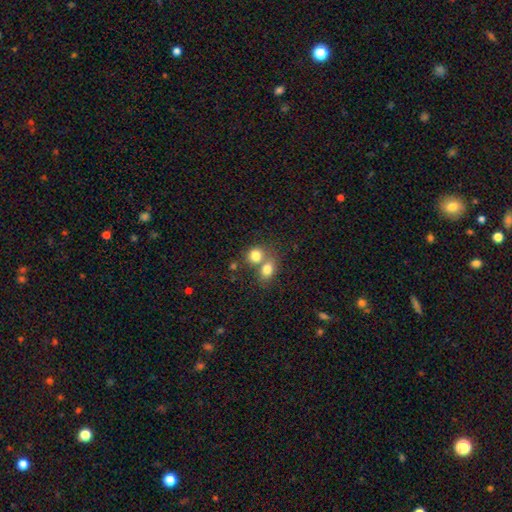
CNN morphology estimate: Smooth or featured: smooth — 79% (star or artifact — 11%)
How rounded: round — 70% (in between — 29%)
Merging: merger — 52% (none — 37%)